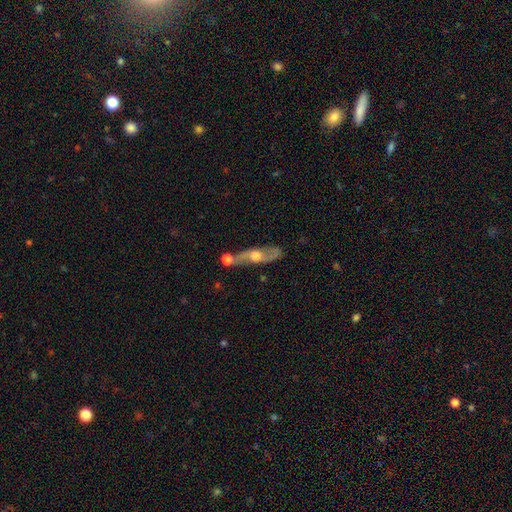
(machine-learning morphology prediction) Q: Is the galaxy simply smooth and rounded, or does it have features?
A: featured or disk — 75%.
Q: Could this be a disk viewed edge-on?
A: no — 60%.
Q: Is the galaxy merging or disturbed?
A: none — 65%.